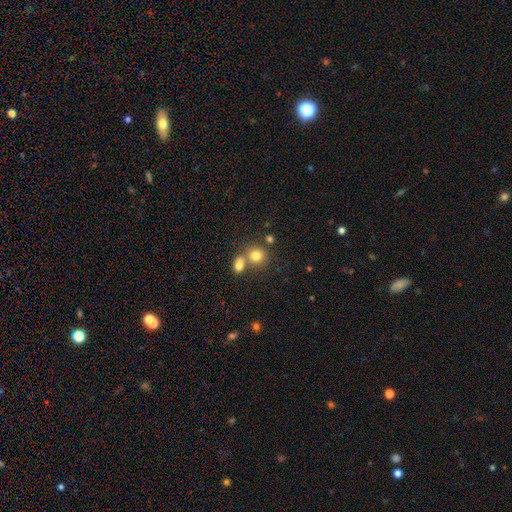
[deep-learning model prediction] A smooth galaxy with no disk features (78%) that is round (77%).

Vote fractions:
- Smooth or featured? smooth: 78% / star or artifact: 12% / featured or disk: 10%
- How rounded? round: 77% / in between: 22% / cigar-shaped: 1%
- Merging? none: 50% / merger: 39% / minor disturbance: 8% / major disturbance: 3%